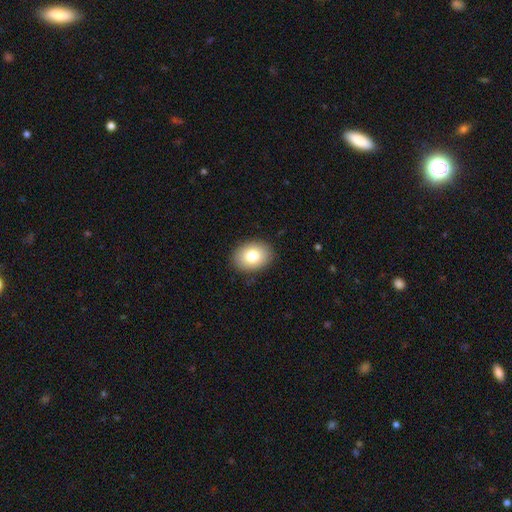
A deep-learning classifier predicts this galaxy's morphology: Smooth or featured: smooth — 79% (star or artifact — 12%)
How rounded: round — 51% (in between — 48%)
Merging: none — 91% (minor disturbance — 6%)